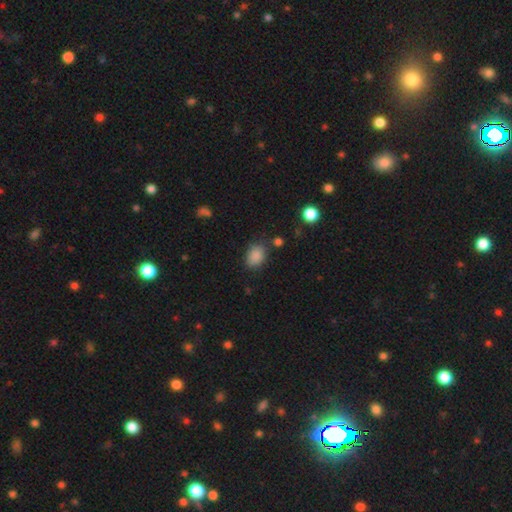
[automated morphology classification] The model was most divided on "how rounded": in between: 68%, round: 31%, cigar-shaped: 1%. More confident: smooth or featured — smooth (86%); merging — none (73%).